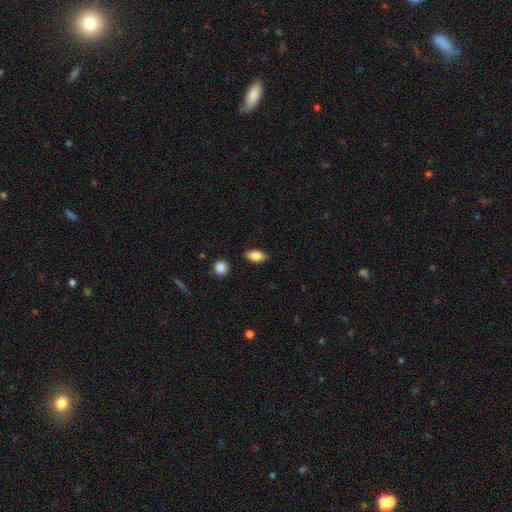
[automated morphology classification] Q: Smooth or featured?
A: smooth (84%); runner-up: featured or disk (8%)
Q: How rounded?
A: in between (90%); runner-up: round (5%)
Q: Merging?
A: none (86%); runner-up: minor disturbance (10%)